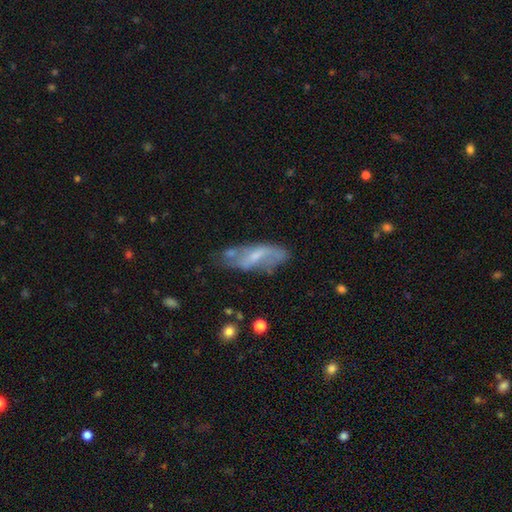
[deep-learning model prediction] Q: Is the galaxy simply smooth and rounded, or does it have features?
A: featured or disk — 60%.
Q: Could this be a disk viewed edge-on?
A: no — 82%.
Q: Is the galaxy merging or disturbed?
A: none — 56%.